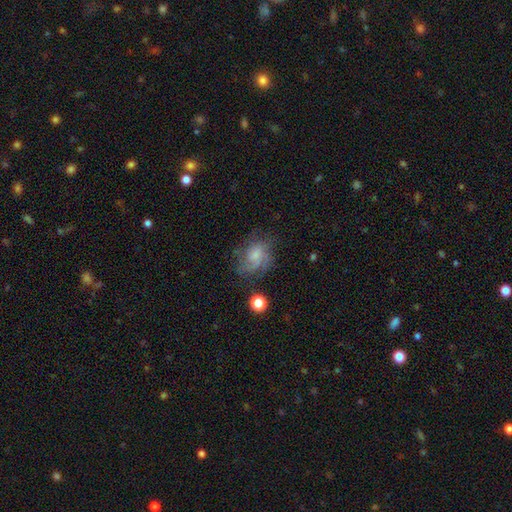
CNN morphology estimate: Overall: featured or disk (55%; smooth 33%). Edge-on disk: no (97%). Bar: no (74%). Spiral arms: yes (82%). Bulge size: small (39%; none 26%). Merging: none (55%; minor disturbance 23%).